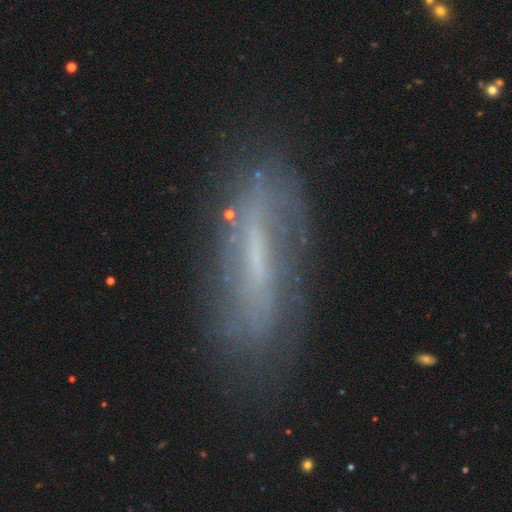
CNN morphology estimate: A featured or disk galaxy (61%).

Vote fractions:
- Smooth or featured? featured or disk: 61% / smooth: 29% / star or artifact: 10%
- Edge-on disk? no: 62% / yes: 38%
- Merging? none: 70% / minor disturbance: 20% / major disturbance: 8% / merger: 2%